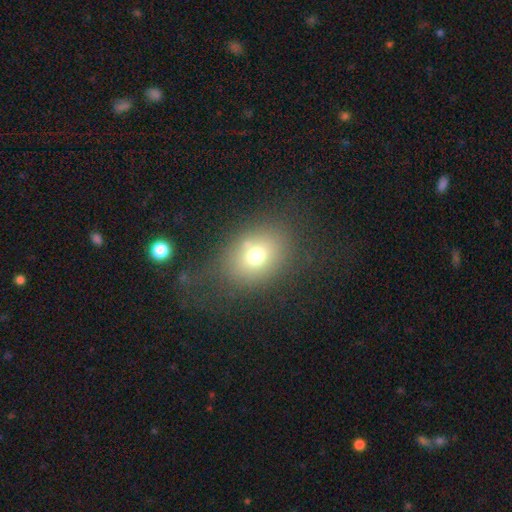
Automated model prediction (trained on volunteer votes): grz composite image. It shows a smooth galaxy with no disk features (71%) that is in between round and cigar-shaped (56%). Merging: none (68%).